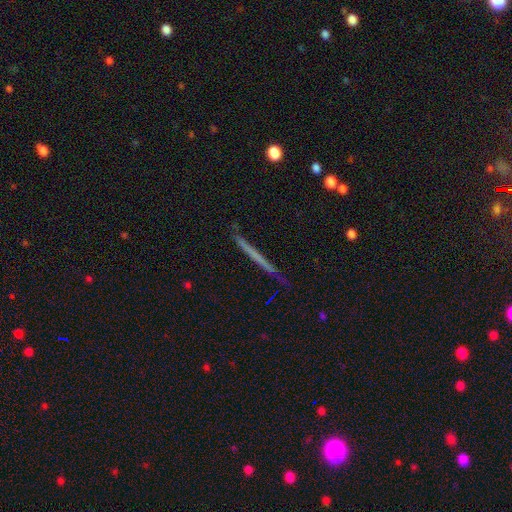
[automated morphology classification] This is possibly a featured or disk galaxy (48%). Merging: clearly none (86%).